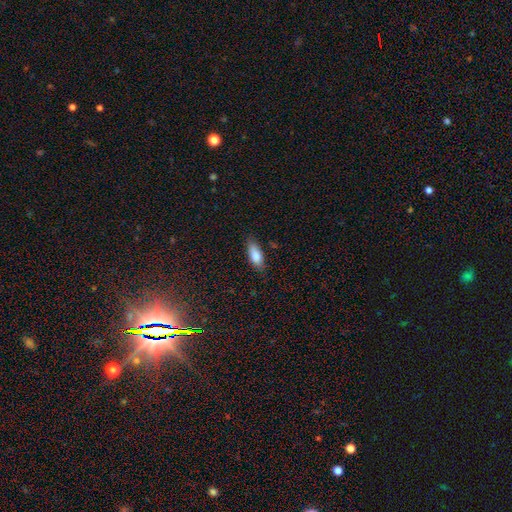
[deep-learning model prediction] Overall: smooth (84%). How rounded: in between (74%). Merging: none (76%).